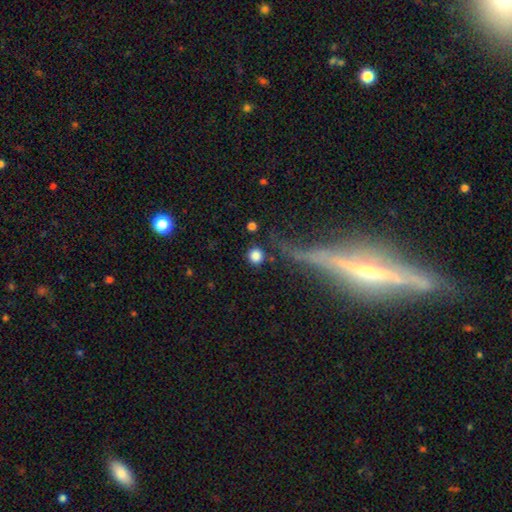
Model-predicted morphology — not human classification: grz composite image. It shows a smooth galaxy with no disk features (83%) that is round (93%). Merging: none (83%).